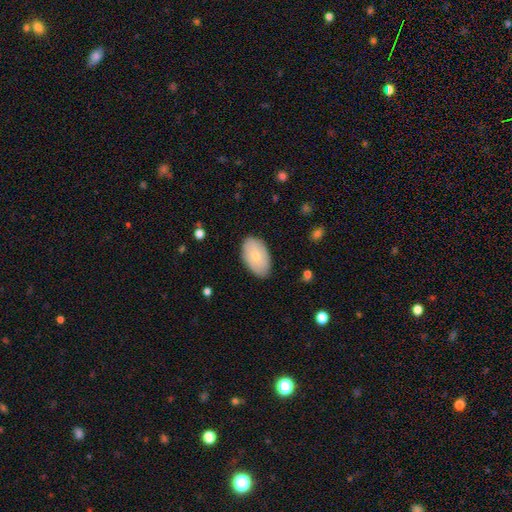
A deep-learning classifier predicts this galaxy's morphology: Smooth or featured? Predicted: smooth (p=0.71). How rounded? Predicted: in between (p=0.94). Merging? Predicted: none (p=0.82).